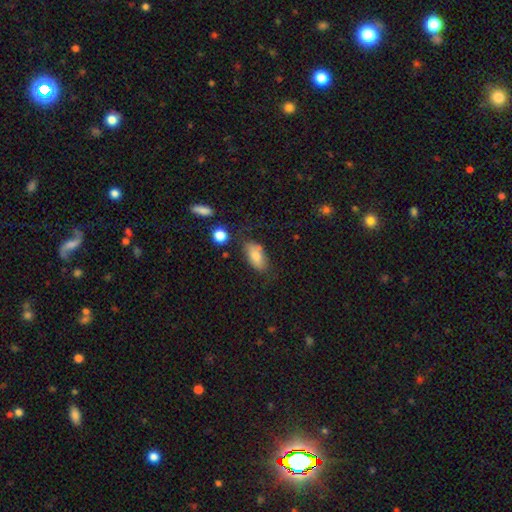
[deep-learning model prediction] Smooth or featured? smooth (77%)
How rounded? in between (89%)
Merging? none (67%)